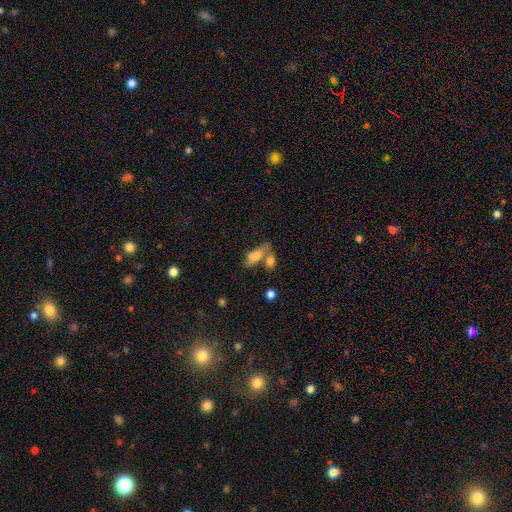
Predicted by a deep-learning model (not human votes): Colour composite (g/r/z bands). It shows a smooth galaxy with no disk features (64%) that is in between round and cigar-shaped (82%). Merging: merger (44%).